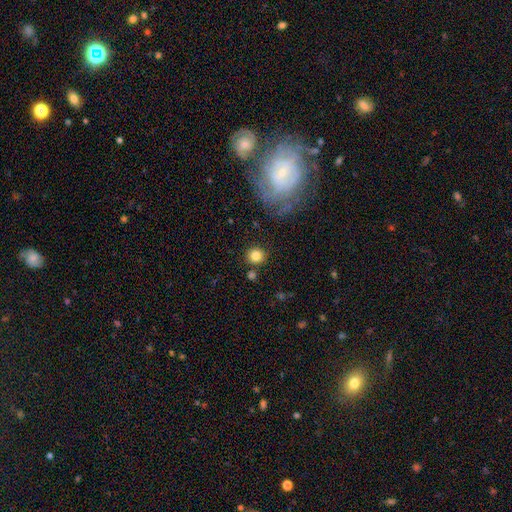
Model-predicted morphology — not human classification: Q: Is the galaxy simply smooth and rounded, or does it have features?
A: smooth — 82%.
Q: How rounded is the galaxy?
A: round — 92%.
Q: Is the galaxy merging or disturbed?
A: none — 84%.